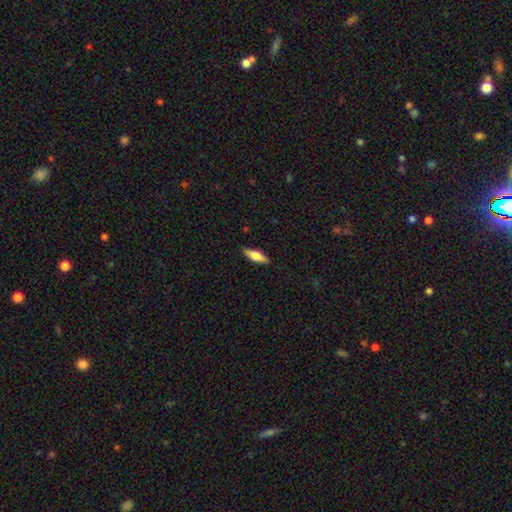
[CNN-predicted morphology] smooth-or-featured: smooth: 63% | featured or disk: 31% | star or artifact: 6%
  how-rounded: cigar-shaped: 52% | in between: 46% | round: 2%
  merging: none: 88% | minor disturbance: 9% | major disturbance: 2% | merger: 1%